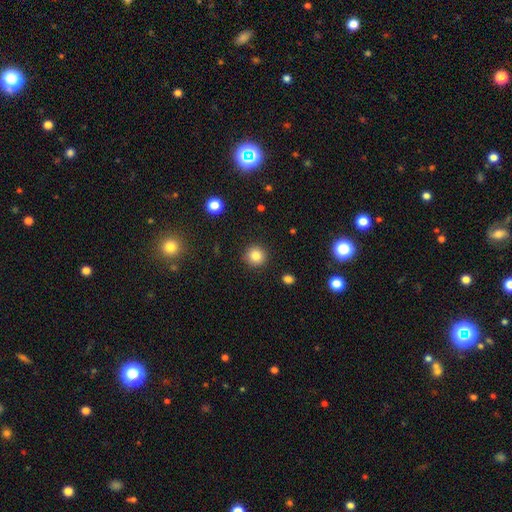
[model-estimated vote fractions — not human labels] A smooth galaxy with no disk features (83%) that is round (93%).

Vote fractions:
- Smooth or featured? smooth: 83% / star or artifact: 11% / featured or disk: 6%
- How rounded? round: 93% / in between: 6% / cigar-shaped: 1%
- Merging? none: 91% / minor disturbance: 6% / major disturbance: 2% / merger: 1%